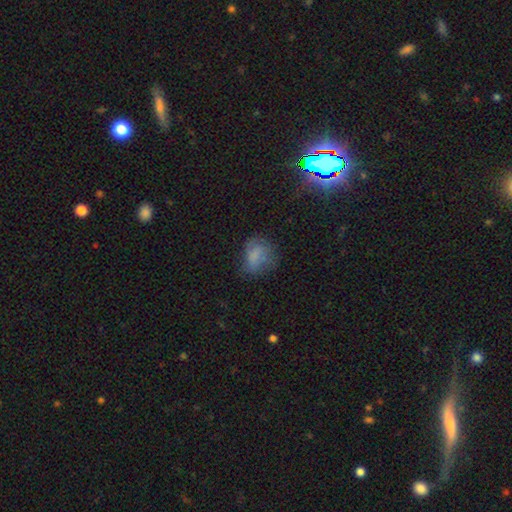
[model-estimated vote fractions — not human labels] Smooth or featured?
  - smooth: 65% *
  - featured or disk: 20%
  - star or artifact: 15%
How rounded?
  - in between: 53% *
  - round: 45%
  - cigar-shaped: 2%
Merging?
  - none: 52% *
  - minor disturbance: 27%
  - major disturbance: 19%
  - merger: 2%